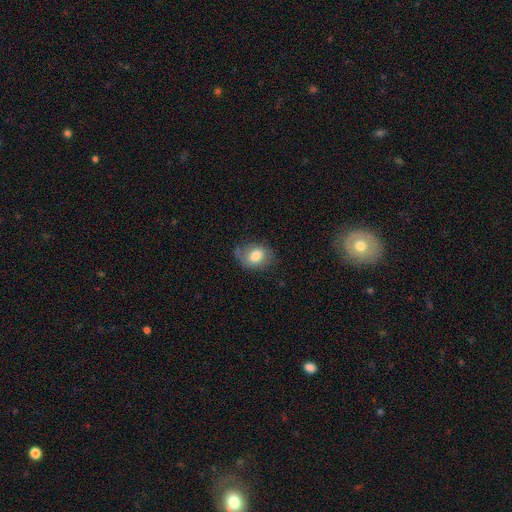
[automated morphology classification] smooth 69%, featured or disk 23%, star or artifact 8%. Down the decision tree: how rounded — in between (62%); merging — none (56%).